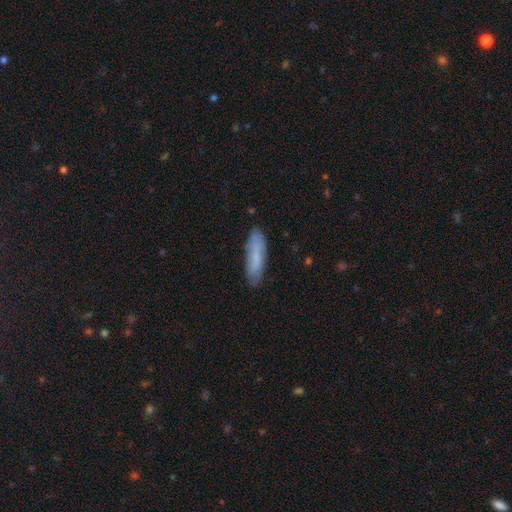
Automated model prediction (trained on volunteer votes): This is likely a smooth galaxy (72%). How rounded: likely cigar-shaped (65%). Merging: clearly none (82%).